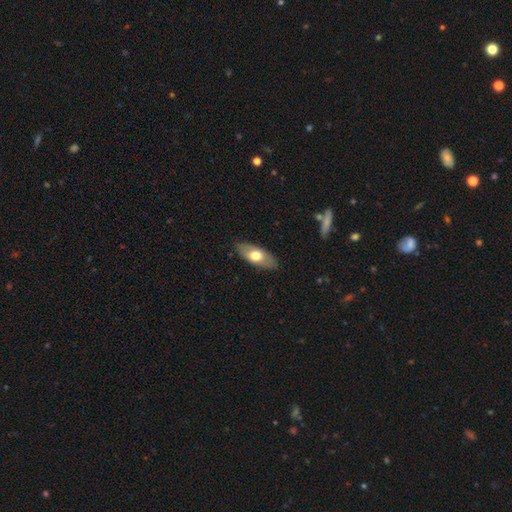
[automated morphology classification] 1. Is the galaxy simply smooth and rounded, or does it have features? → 63% smooth, 32% featured or disk, 6% star or artifact.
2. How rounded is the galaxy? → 86% in between, 11% cigar-shaped, 3% round.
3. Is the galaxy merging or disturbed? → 85% none, 12% minor disturbance, 2% major disturbance, 1% merger.